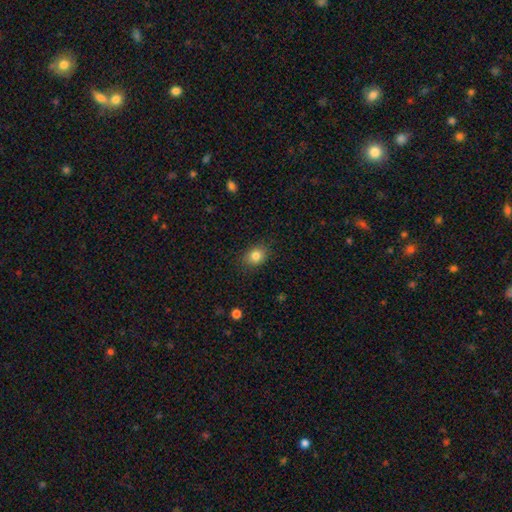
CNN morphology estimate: Smooth or featured: smooth — 83% (star or artifact — 10%)
How rounded: round — 50% (in between — 49%)
Merging: none — 86% (minor disturbance — 10%)